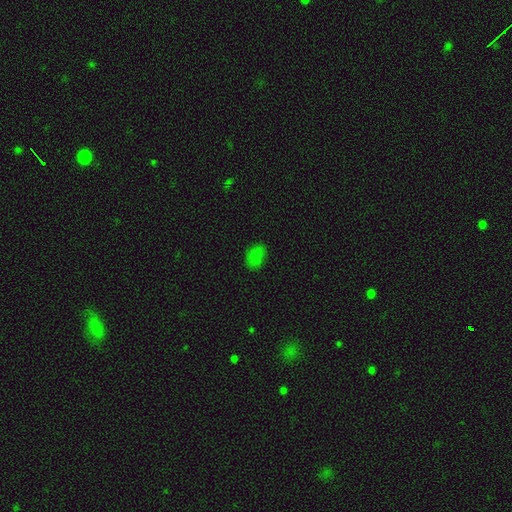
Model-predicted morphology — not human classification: smooth 78%, star or artifact 15%, featured or disk 7%. Down the decision tree: how rounded — in between (78%); merging — none (76%).